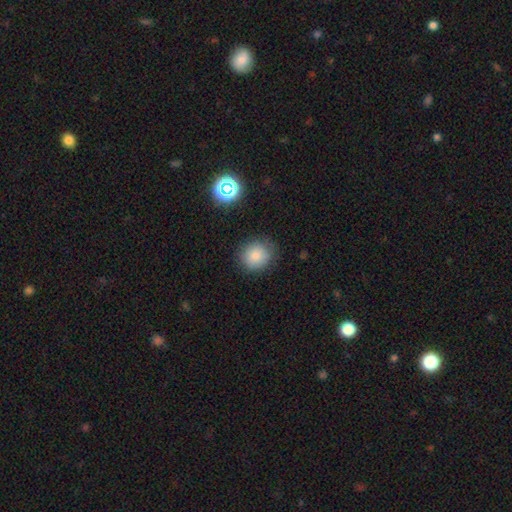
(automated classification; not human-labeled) This appears to be a smooth galaxy with no disk features (83%) that is round (82%). Merging: none (82%).